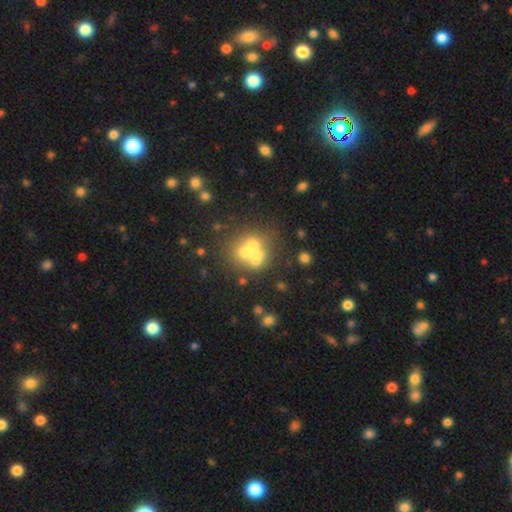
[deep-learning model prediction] Morphology: type=smooth (44%); merging=merger (52%).